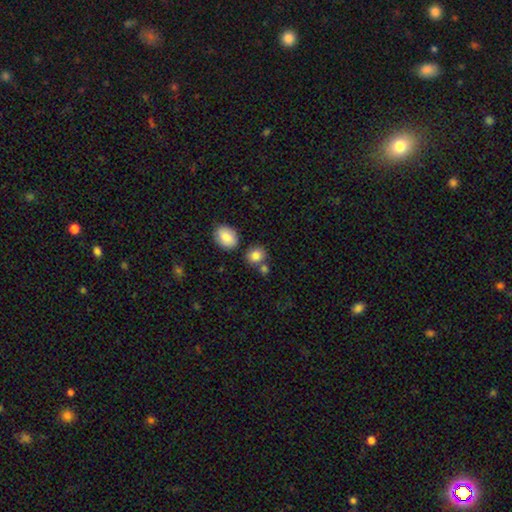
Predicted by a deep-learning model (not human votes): This appears to be a smooth galaxy with no disk features (84%) that is round (74%). Merging: none (67%).